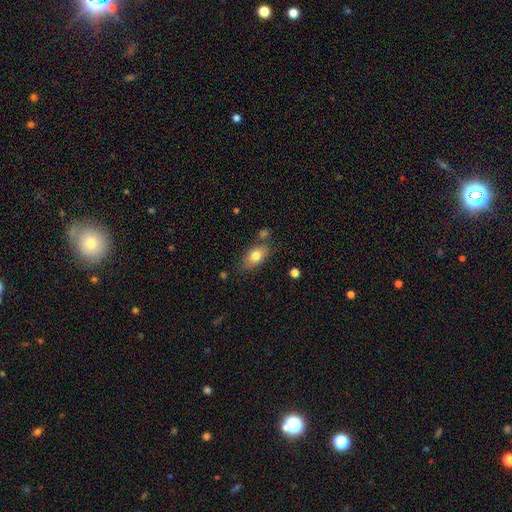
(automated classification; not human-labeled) Smooth or featured?
  - smooth: 78% *
  - featured or disk: 15%
  - star or artifact: 8%
How rounded?
  - in between: 84% *
  - round: 11%
  - cigar-shaped: 5%
Merging?
  - none: 70% *
  - minor disturbance: 18%
  - merger: 7%
  - major disturbance: 4%